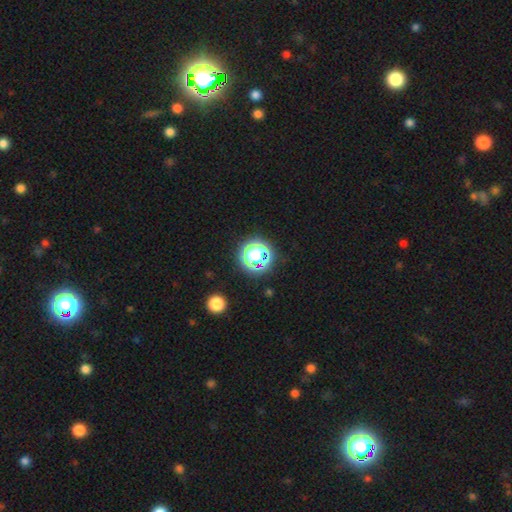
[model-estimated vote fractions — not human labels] Morphology: type=star or artifact (48%).